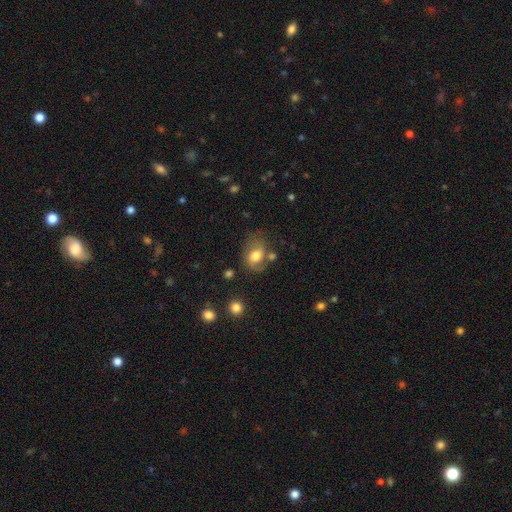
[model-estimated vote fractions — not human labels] smooth_or_featured: smooth (p=0.63) [alt: featured or disk p=0.28]
how_rounded: in between (p=0.67) [alt: round p=0.32]
merging: none (p=0.48) [alt: minor disturbance p=0.26]